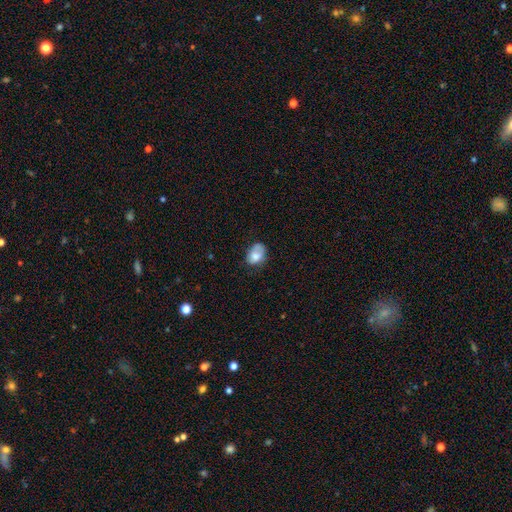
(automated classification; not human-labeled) Smooth or featured: smooth — 73% (featured or disk — 18%)
How rounded: in between — 76% (round — 23%)
Merging: none — 44% (minor disturbance — 35%)